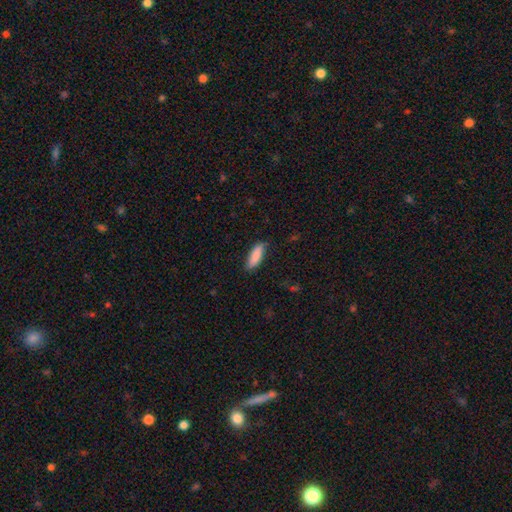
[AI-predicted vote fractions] Q: Smooth or featured?
A: smooth (87%); runner-up: featured or disk (7%)
Q: How rounded?
A: in between (57%); runner-up: cigar-shaped (41%)
Q: Merging?
A: none (80%); runner-up: minor disturbance (16%)